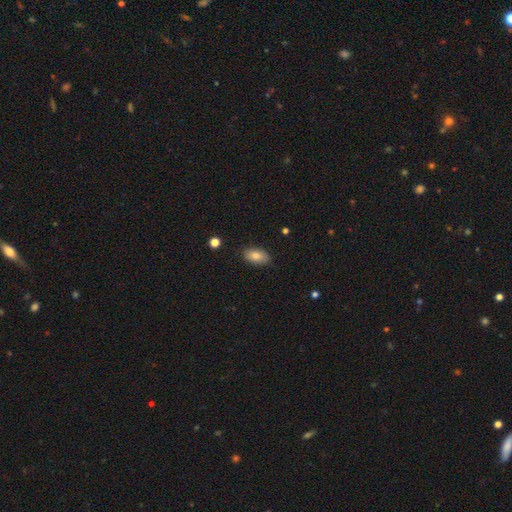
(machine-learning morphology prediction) This is clearly a smooth galaxy (81%). How rounded: clearly in between (92%). Merging: clearly none (83%).